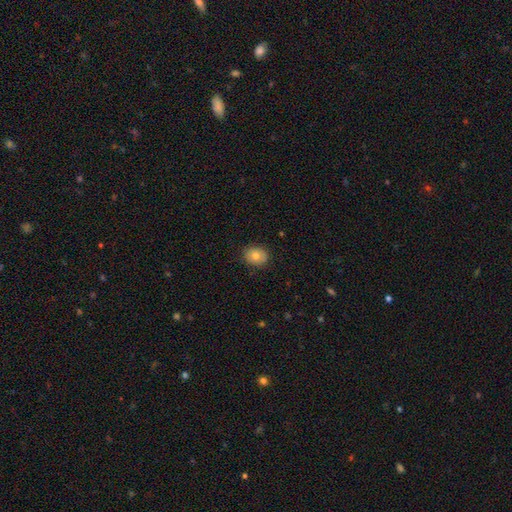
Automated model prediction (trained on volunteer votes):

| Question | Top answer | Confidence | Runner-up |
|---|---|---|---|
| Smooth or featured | smooth | 77% | featured or disk (15%) |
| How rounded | round | 51% | in between (48%) |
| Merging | none | 86% | minor disturbance (11%) |